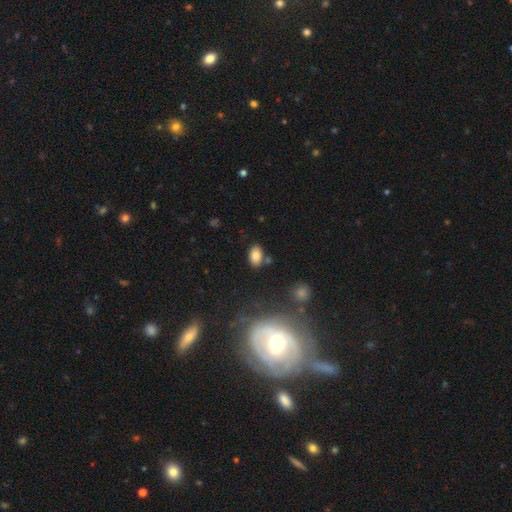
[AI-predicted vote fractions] Smooth or featured: smooth — 83% (star or artifact — 10%)
How rounded: in between — 91% (round — 8%)
Merging: none — 77% (minor disturbance — 13%)